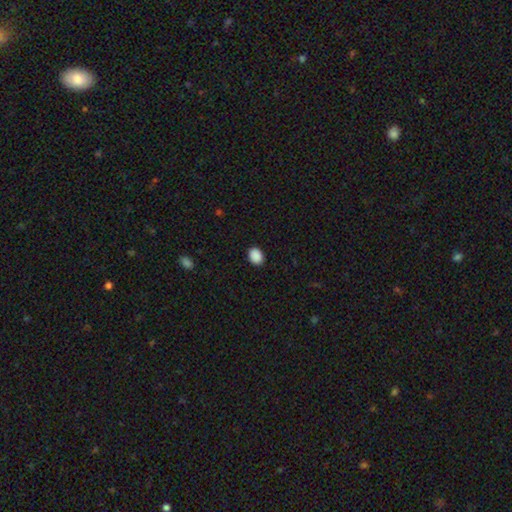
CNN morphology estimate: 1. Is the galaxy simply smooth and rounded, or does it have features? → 90% smooth, 8% star or artifact, 2% featured or disk.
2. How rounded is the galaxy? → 61% in between, 38% round, 1% cigar-shaped.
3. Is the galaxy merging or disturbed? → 90% none, 7% minor disturbance, 2% major disturbance, 1% merger.